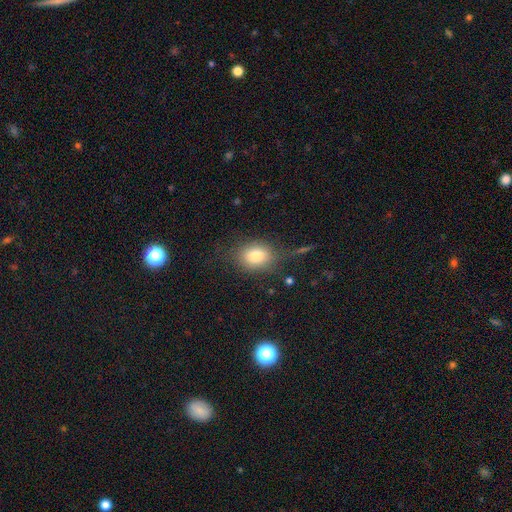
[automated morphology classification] Q: Smooth or featured?
A: smooth (80%); runner-up: featured or disk (11%)
Q: How rounded?
A: in between (63%); runner-up: round (36%)
Q: Merging?
A: none (71%); runner-up: minor disturbance (17%)